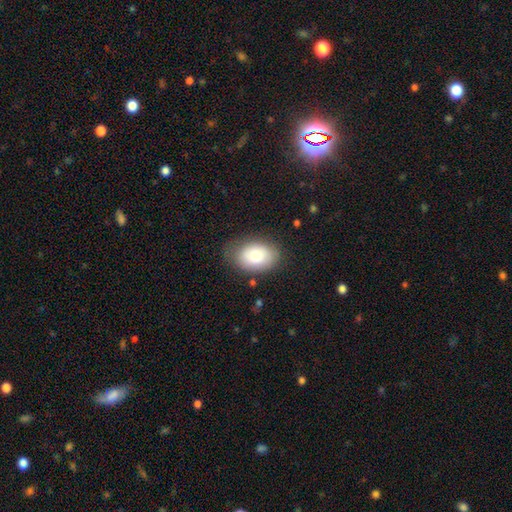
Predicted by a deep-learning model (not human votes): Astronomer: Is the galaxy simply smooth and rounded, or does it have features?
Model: smooth — 76%.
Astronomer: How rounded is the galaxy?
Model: in between — 81%.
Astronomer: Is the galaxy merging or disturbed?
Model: none — 74%.